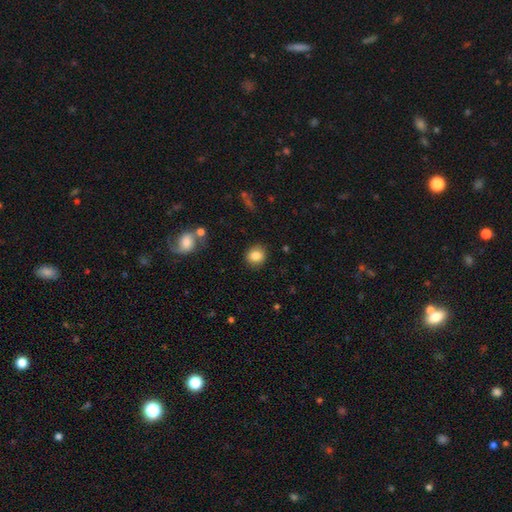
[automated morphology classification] A smooth galaxy with no disk features (85%) that is round (79%).

Vote fractions:
- Smooth or featured? smooth: 85% / star or artifact: 9% / featured or disk: 6%
- How rounded? round: 79% / in between: 20% / cigar-shaped: 1%
- Merging? none: 87% / minor disturbance: 8% / major disturbance: 3% / merger: 2%